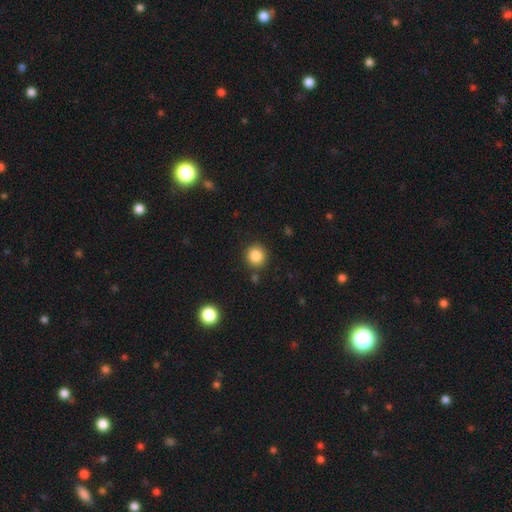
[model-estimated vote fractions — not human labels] Morphology: type=smooth (85%); roundness=round (92%); merging=none (87%).